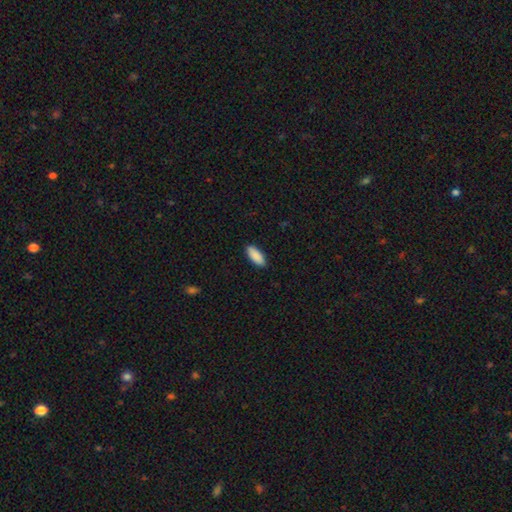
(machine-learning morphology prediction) smooth 90%, star or artifact 6%, featured or disk 4%. Down the decision tree: how rounded — in between (79%); merging — none (89%).